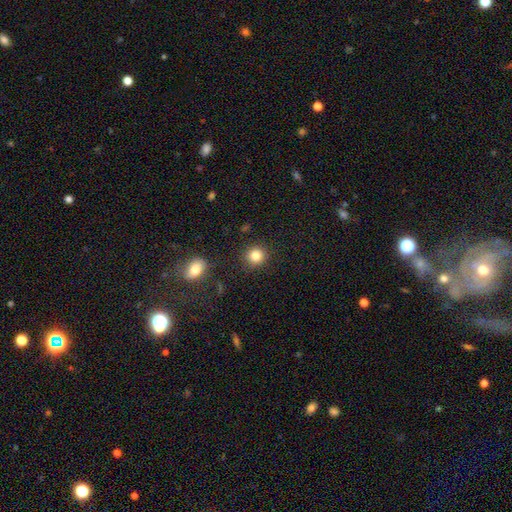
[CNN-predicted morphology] Smooth or featured? smooth (83%)
How rounded? round (91%)
Merging? none (90%)